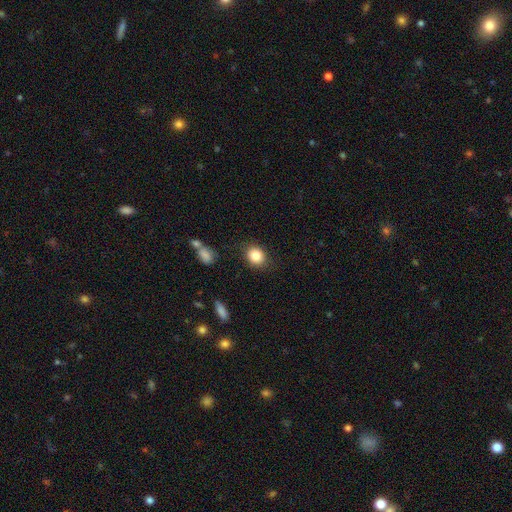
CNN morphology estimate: A smooth galaxy with no disk features (85%) that is round (68%).

Vote fractions:
- Smooth or featured? smooth: 85% / star or artifact: 9% / featured or disk: 6%
- How rounded? round: 68% / in between: 31% / cigar-shaped: 1%
- Merging? none: 84% / minor disturbance: 11% / major disturbance: 3% / merger: 2%